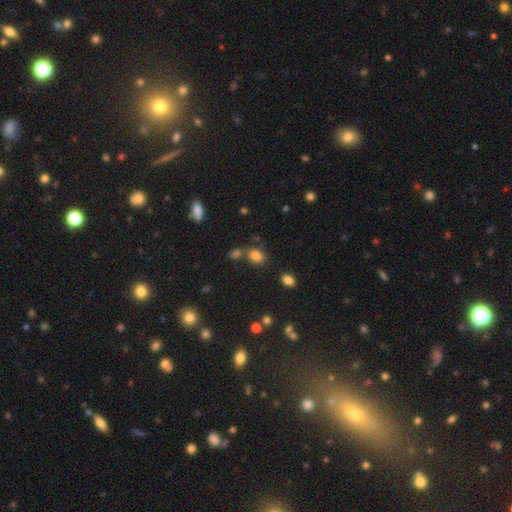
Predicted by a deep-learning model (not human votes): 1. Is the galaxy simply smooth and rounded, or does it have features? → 81% smooth, 13% star or artifact, 7% featured or disk.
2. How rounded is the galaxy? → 66% in between, 33% round, 1% cigar-shaped.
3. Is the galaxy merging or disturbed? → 63% none, 19% merger, 13% minor disturbance, 5% major disturbance.